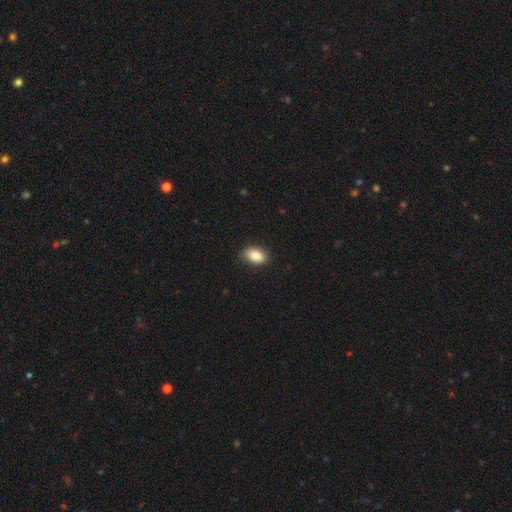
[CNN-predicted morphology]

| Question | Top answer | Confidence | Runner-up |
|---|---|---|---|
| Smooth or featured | smooth | 88% | star or artifact (7%) |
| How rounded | in between | 90% | round (9%) |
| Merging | none | 85% | minor disturbance (12%) |